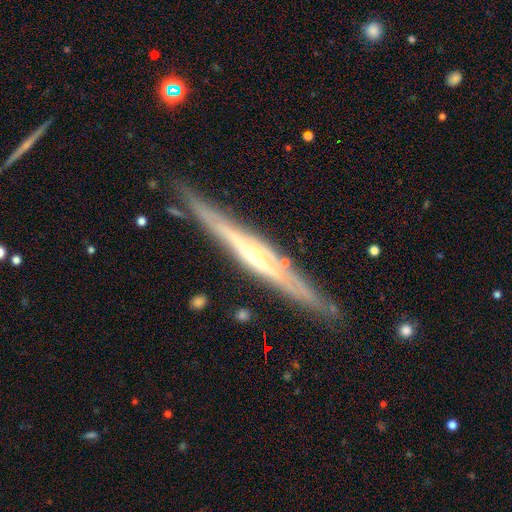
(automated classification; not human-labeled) This is clearly a featured or disk galaxy (83%). It is clearly viewed edge-on (96%). Edge-on bulge: likely rounded (76%). Merging: clearly none (86%).